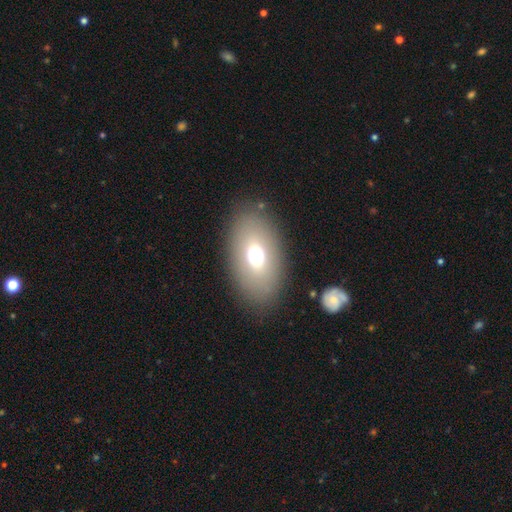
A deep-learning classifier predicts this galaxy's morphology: The model was most divided on "smooth or featured": smooth: 65%, featured or disk: 25%, star or artifact: 10%. More confident: how rounded — in between (91%); merging — none (86%).